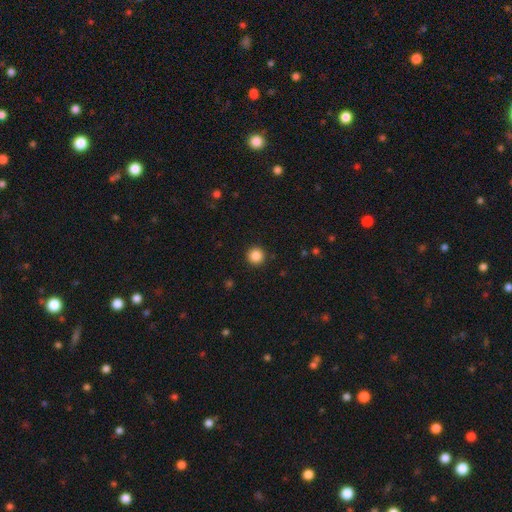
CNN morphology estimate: smooth_or_featured: smooth (p=0.86) [alt: star or artifact p=0.11]
how_rounded: round (p=0.96) [alt: in between p=0.03]
merging: none (p=0.93) [alt: minor disturbance p=0.04]